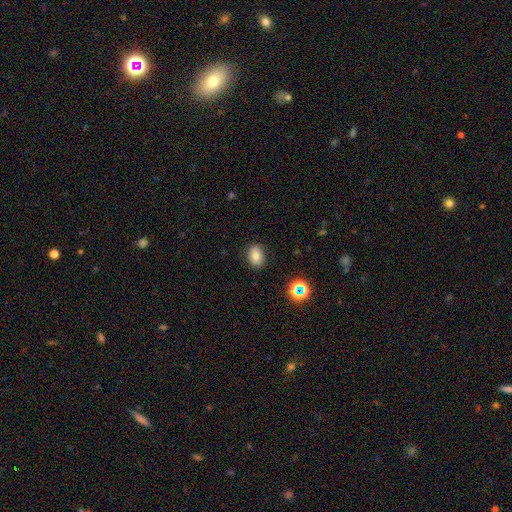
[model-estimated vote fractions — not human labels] Smooth or featured?
  - smooth: 78% *
  - star or artifact: 13%
  - featured or disk: 10%
How rounded?
  - in between: 69% *
  - round: 29%
  - cigar-shaped: 1%
Merging?
  - none: 85% *
  - minor disturbance: 10%
  - major disturbance: 3%
  - merger: 2%